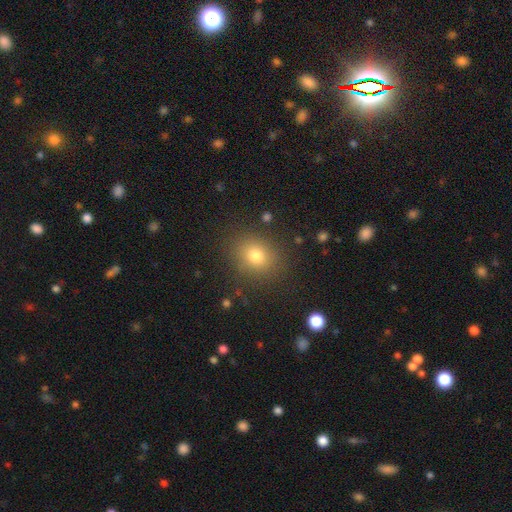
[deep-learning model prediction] smooth-or-featured: smooth: 77% | star or artifact: 14% | featured or disk: 9%
  how-rounded: round: 62% | in between: 37% | cigar-shaped: 1%
  merging: none: 86% | minor disturbance: 9% | major disturbance: 4% | merger: 2%